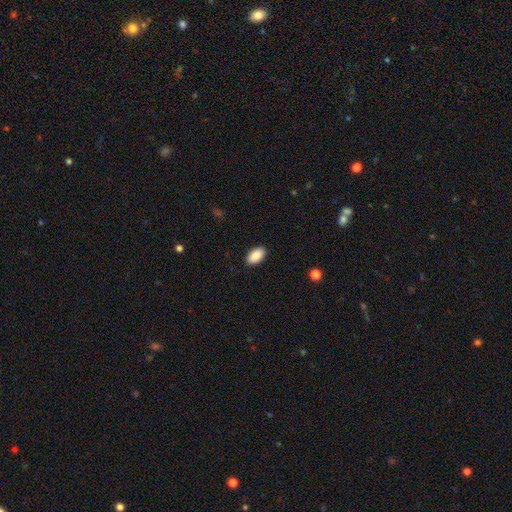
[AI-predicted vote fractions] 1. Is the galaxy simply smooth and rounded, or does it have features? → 89% smooth, 7% star or artifact, 4% featured or disk.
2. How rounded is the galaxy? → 95% in between, 3% round, 2% cigar-shaped.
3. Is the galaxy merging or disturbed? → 90% none, 7% minor disturbance, 2% major disturbance, 1% merger.